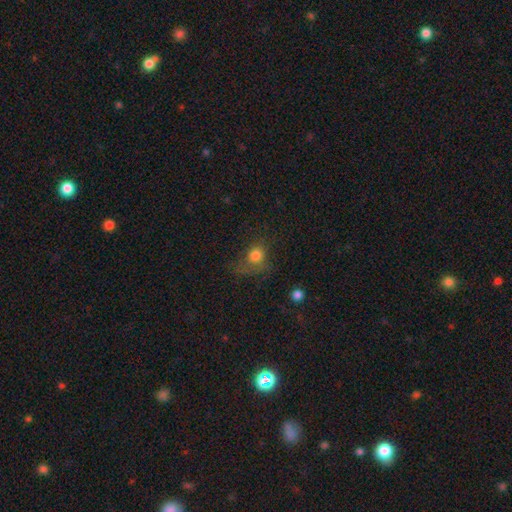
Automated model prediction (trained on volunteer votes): A smooth galaxy with no disk features (75%) that is round (69%).

Vote fractions:
- Smooth or featured? smooth: 75% / star or artifact: 14% / featured or disk: 11%
- How rounded? round: 69% / in between: 30% / cigar-shaped: 2%
- Merging? none: 50% / major disturbance: 24% / minor disturbance: 23% / merger: 3%